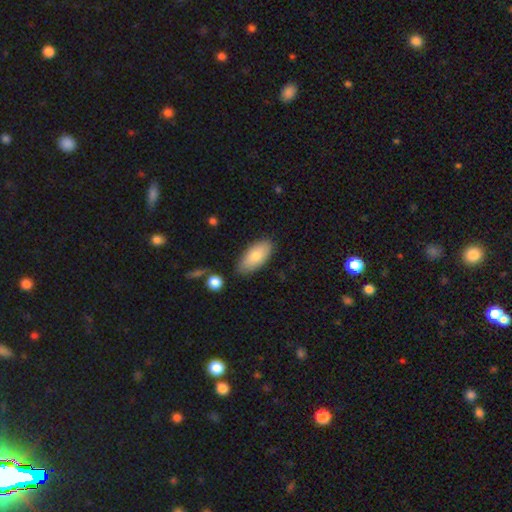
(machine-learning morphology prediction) A smooth galaxy with no disk features (82%) that is in between round and cigar-shaped (89%). Merging: none (81%).